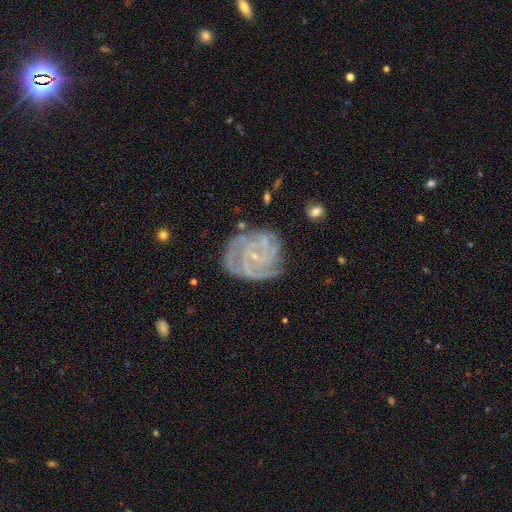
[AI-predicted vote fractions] A featured or disk galaxy (85%) with no bar (65%), 3 (25%) tight (69%) spiral arms (96%) and a small central bulge (81%). Merging: none (69%).